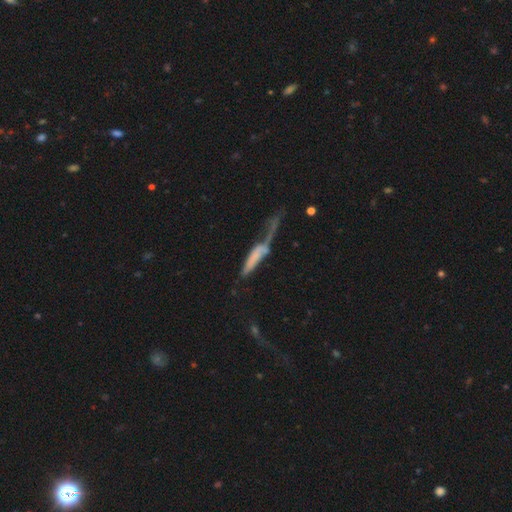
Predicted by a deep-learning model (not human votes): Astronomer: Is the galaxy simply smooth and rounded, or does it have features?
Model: smooth — 56% (runner-up: featured or disk, 34%).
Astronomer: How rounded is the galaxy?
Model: cigar-shaped — 76%.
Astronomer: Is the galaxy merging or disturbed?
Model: merger — 33% (runner-up: major disturbance, 32%).